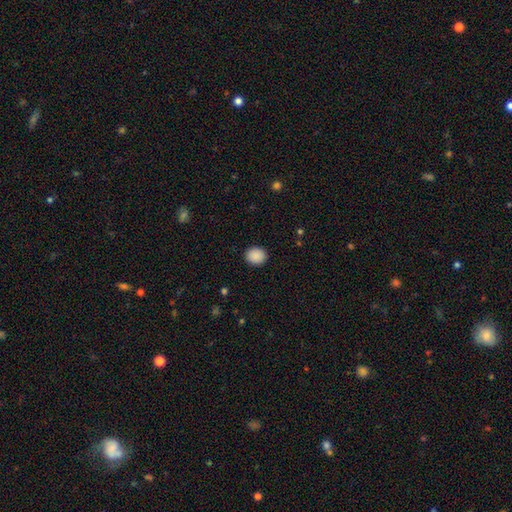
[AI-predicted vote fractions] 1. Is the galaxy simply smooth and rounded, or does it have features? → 89% smooth, 8% star or artifact, 2% featured or disk.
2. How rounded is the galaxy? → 70% round, 29% in between, 1% cigar-shaped.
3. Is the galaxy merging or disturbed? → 91% none, 6% minor disturbance, 2% major disturbance, 1% merger.